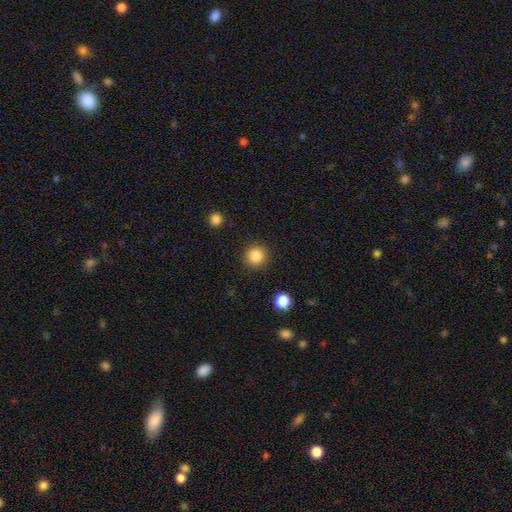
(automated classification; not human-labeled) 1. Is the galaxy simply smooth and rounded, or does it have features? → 85% smooth, 11% star or artifact, 4% featured or disk.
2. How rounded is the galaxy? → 94% round, 5% in between, 1% cigar-shaped.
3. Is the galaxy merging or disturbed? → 91% none, 6% minor disturbance, 2% major disturbance, 1% merger.